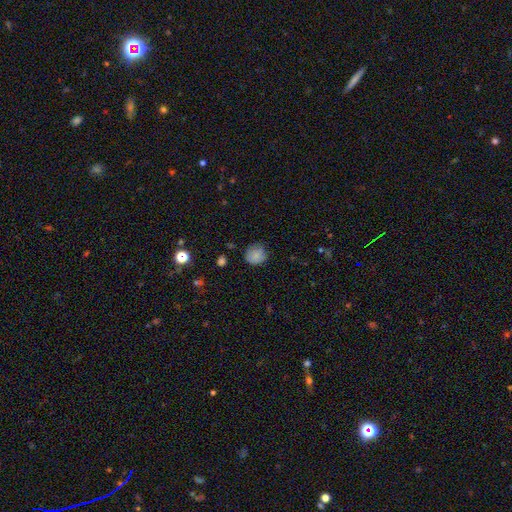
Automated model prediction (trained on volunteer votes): The model was most divided on "merging": none: 72%, minor disturbance: 22%, major disturbance: 5%, merger: 1%. More confident: how rounded — round (84%); smooth or featured — smooth (79%).